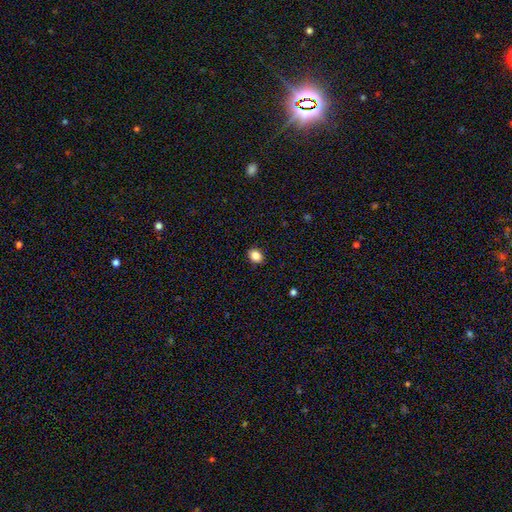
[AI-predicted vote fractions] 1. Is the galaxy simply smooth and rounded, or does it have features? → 85% smooth, 10% star or artifact, 5% featured or disk.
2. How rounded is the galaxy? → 53% in between, 46% round, 1% cigar-shaped.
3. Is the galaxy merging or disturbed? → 90% none, 7% minor disturbance, 2% major disturbance, 1% merger.